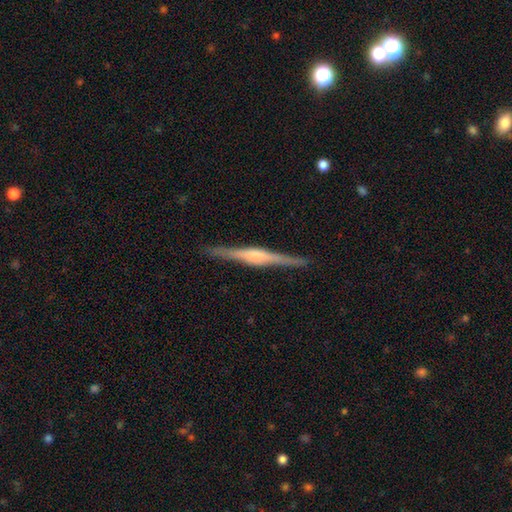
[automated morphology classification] Smooth or featured: featured or disk — 77% (smooth — 18%)
Edge-on disk: yes — 98% (no — 2%)
Edge-on bulge: rounded — 71% (boxy — 20%)
Merging: none — 89% (minor disturbance — 8%)